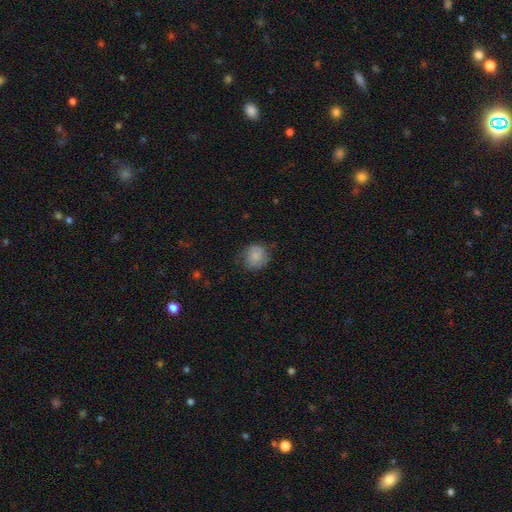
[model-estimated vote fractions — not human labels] Q: Smooth or featured?
A: smooth (69%); runner-up: featured or disk (23%)
Q: How rounded?
A: round (85%); runner-up: in between (14%)
Q: Merging?
A: none (68%); runner-up: minor disturbance (24%)